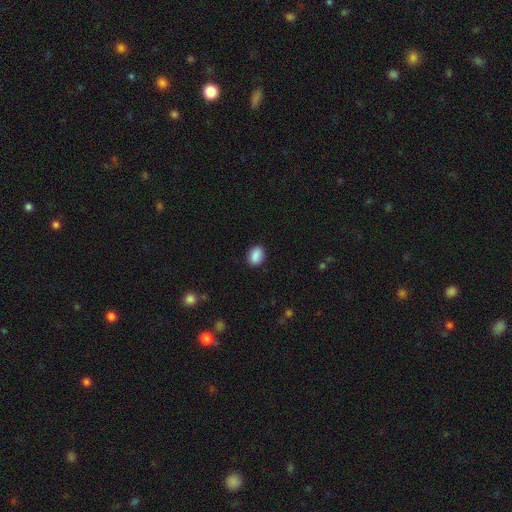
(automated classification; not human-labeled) Smooth or featured: smooth — 89% (star or artifact — 8%)
How rounded: in between — 69% (round — 30%)
Merging: none — 88% (minor disturbance — 9%)